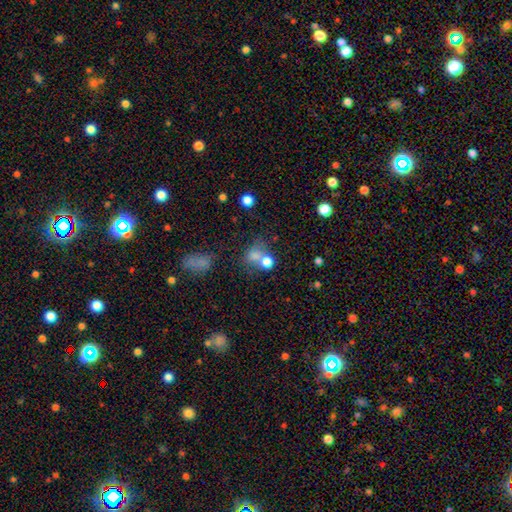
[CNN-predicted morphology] Q: Smooth or featured?
A: smooth (71%); runner-up: star or artifact (18%)
Q: How rounded?
A: round (65%); runner-up: in between (34%)
Q: Merging?
A: none (41%); runner-up: merger (38%)